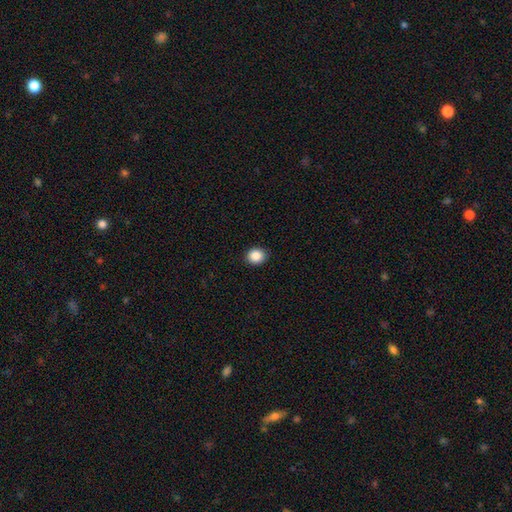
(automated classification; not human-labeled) Smooth or featured? Predicted: smooth (p=0.87). How rounded? Predicted: round (p=0.75). Merging? Predicted: none (p=0.90).